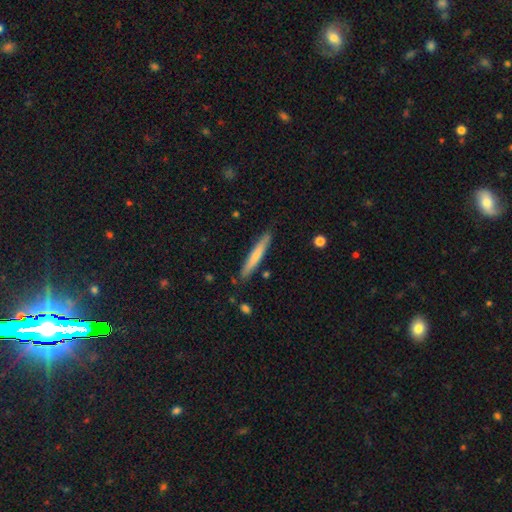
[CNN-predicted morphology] Smooth or featured?
  - smooth: 67% *
  - featured or disk: 27%
  - star or artifact: 5%
How rounded?
  - cigar-shaped: 96% *
  - in between: 3%
  - round: 1%
Merging?
  - none: 87% *
  - minor disturbance: 9%
  - merger: 2%
  - major disturbance: 2%